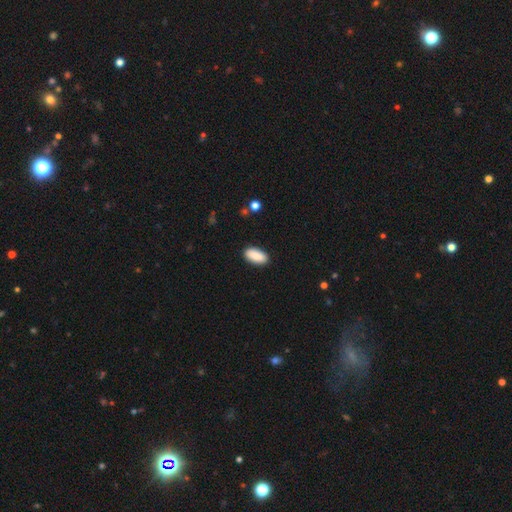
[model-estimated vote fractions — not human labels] A smooth galaxy with no disk features (88%) that is in between round and cigar-shaped (91%).

Vote fractions:
- Smooth or featured? smooth: 88% / featured or disk: 6% / star or artifact: 6%
- How rounded? in between: 91% / cigar-shaped: 6% / round: 2%
- Merging? none: 89% / minor disturbance: 8% / major disturbance: 2% / merger: 1%